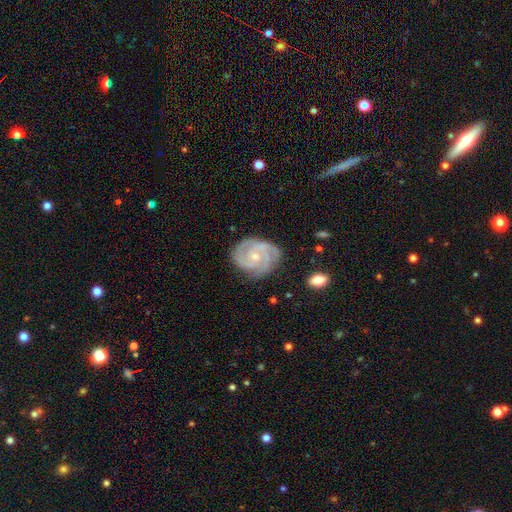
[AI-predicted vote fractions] Smooth or featured? Predicted: featured or disk (p=0.90). Edge-on disk? Predicted: no (p=0.98). Bar? Predicted: no (p=0.70). Spiral arms? Predicted: yes (p=0.98). Spiral winding? Predicted: tight (p=0.67). Spiral arm count? Predicted: 3 (p=0.52). Bulge size? Predicted: small (p=0.70). Merging? Predicted: none (p=0.77).